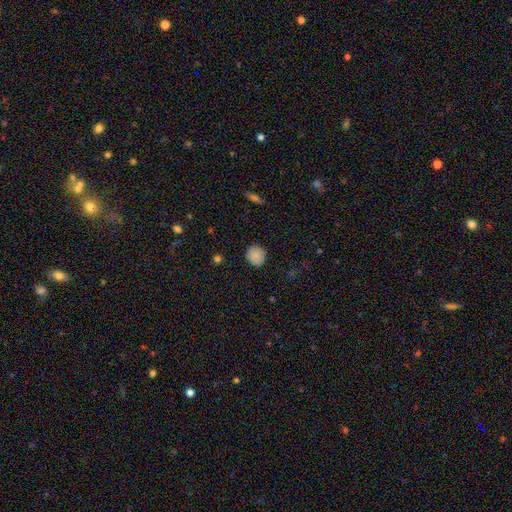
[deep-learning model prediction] A smooth galaxy with no disk features (86%) that is round (83%).

Vote fractions:
- Smooth or featured? smooth: 86% / star or artifact: 8% / featured or disk: 6%
- How rounded? round: 83% / in between: 16% / cigar-shaped: 1%
- Merging? none: 87% / minor disturbance: 9% / major disturbance: 2% / merger: 1%